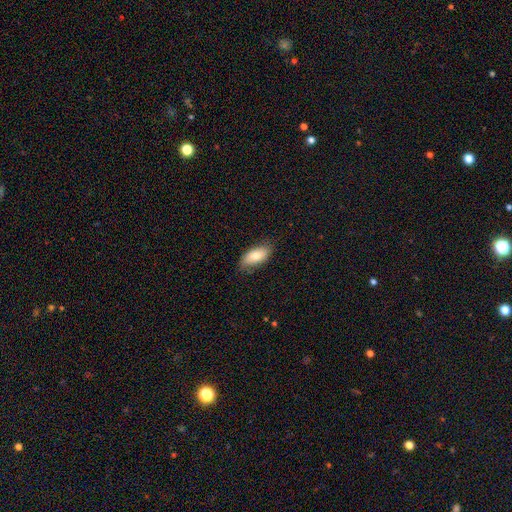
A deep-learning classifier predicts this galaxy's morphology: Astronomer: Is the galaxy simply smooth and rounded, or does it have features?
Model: smooth — 79%.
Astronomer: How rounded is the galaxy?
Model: in between — 90%.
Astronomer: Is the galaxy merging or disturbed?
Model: none — 79%.